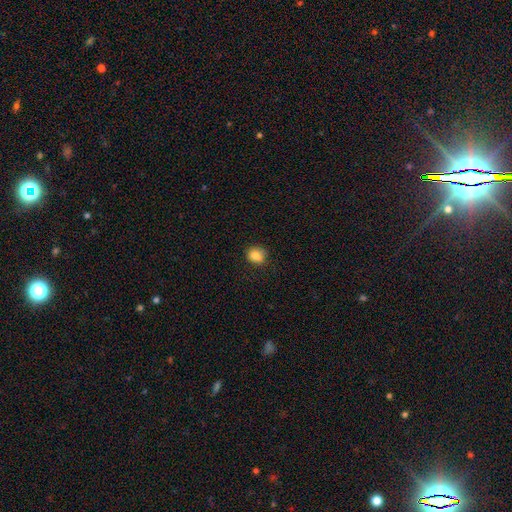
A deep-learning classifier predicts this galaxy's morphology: Smooth or featured: smooth — 84% (star or artifact — 10%)
How rounded: round — 66% (in between — 33%)
Merging: none — 78% (minor disturbance — 17%)